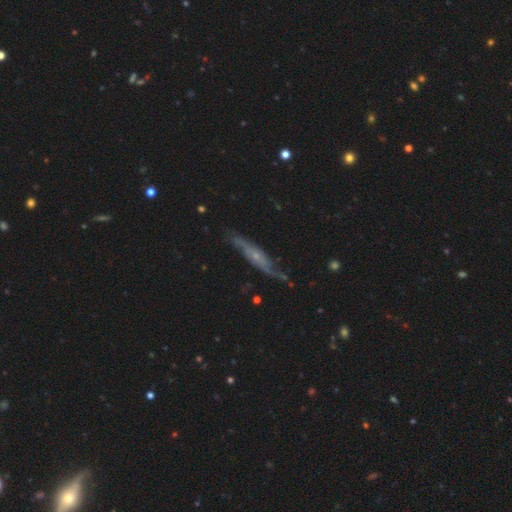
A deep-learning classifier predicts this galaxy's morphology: This appears to be a featured or disk galaxy (72%) viewed edge-on (55%). Merging: none (65%).